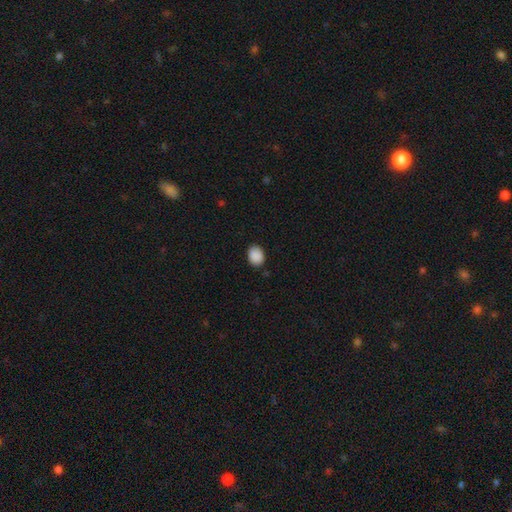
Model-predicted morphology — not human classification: Smooth or featured? smooth (90%)
How rounded? in between (60%)
Merging? none (86%)